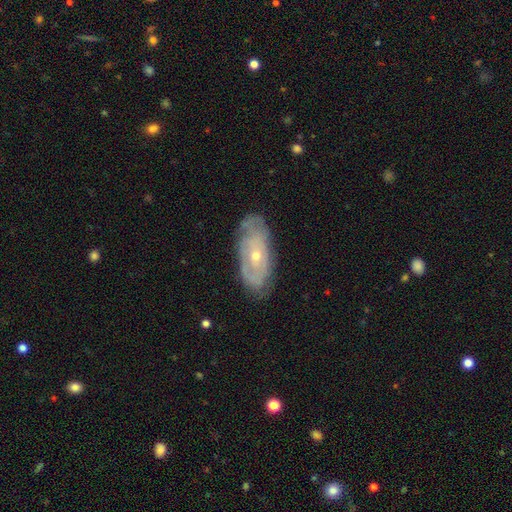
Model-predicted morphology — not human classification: A featured or disk galaxy (73%) with no bar (79%), spiral arms (73%) and a small central bulge (56%). Merging: none (72%).